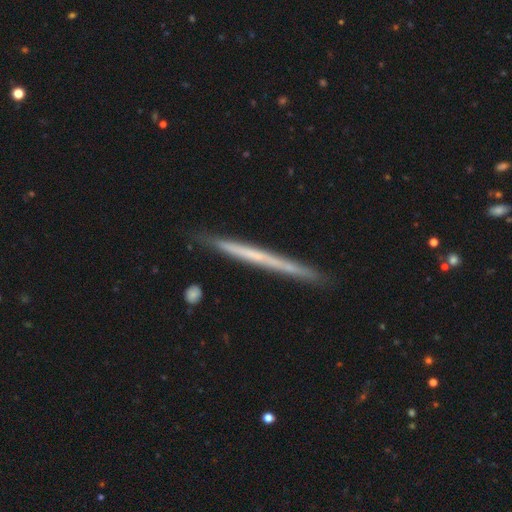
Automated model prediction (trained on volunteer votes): Smooth or featured? Predicted: featured or disk (p=0.56). Edge-on disk? Predicted: yes (p=0.97). Edge-on bulge? Predicted: none (p=0.91). Merging? Predicted: none (p=0.88).